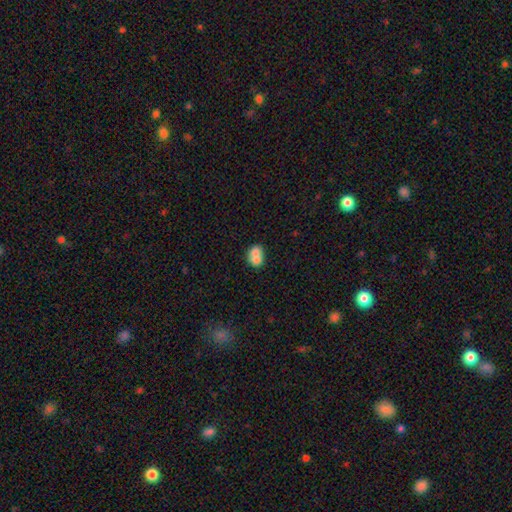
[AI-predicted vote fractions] This appears to be a smooth galaxy with no disk features (70%) that is in between round and cigar-shaped (50%). Merging: merger (62%).